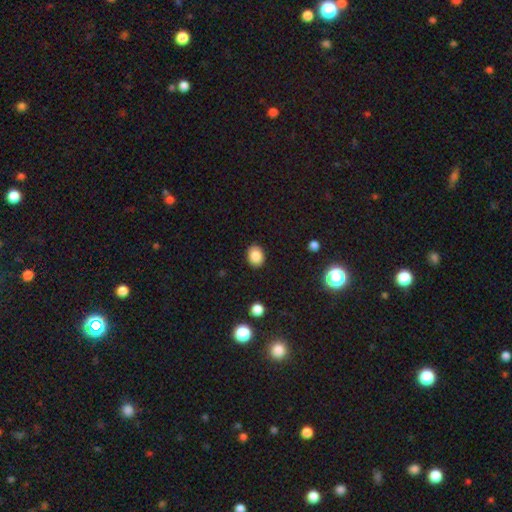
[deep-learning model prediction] A smooth galaxy with no disk features (86%) that is in between round and cigar-shaped (59%).

Vote fractions:
- Smooth or featured? smooth: 86% / star or artifact: 9% / featured or disk: 4%
- How rounded? in between: 59% / round: 40% / cigar-shaped: 1%
- Merging? none: 89% / minor disturbance: 8% / major disturbance: 2% / merger: 1%